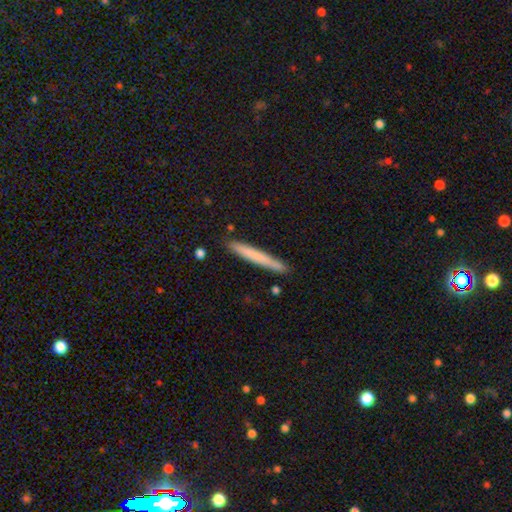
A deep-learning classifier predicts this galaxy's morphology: smooth_or_featured: smooth (p=0.71) [alt: featured or disk p=0.24]
how_rounded: cigar-shaped (p=0.97) [alt: in between p=0.02]
merging: none (p=0.87) [alt: minor disturbance p=0.09]